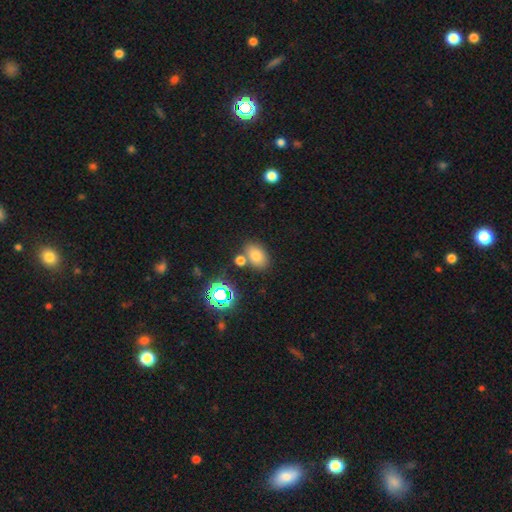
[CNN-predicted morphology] smooth_or_featured: smooth (p=0.74) [alt: star or artifact p=0.18]
how_rounded: in between (p=0.76) [alt: round p=0.23]
merging: none (p=0.68) [alt: merger p=0.17]